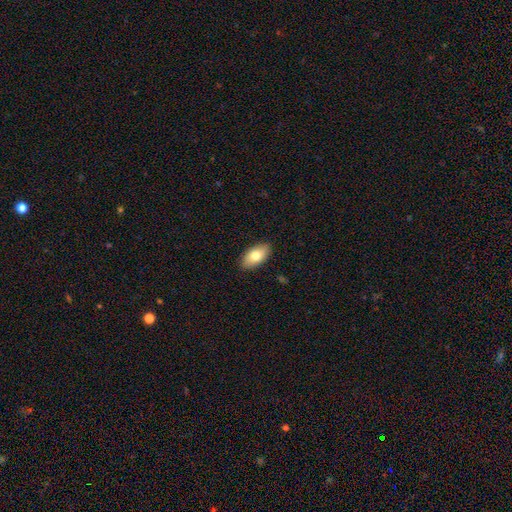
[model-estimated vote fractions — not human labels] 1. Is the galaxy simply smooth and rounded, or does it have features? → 76% smooth, 17% featured or disk, 6% star or artifact.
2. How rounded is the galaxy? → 92% in between, 4% cigar-shaped, 3% round.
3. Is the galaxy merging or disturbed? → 88% none, 9% minor disturbance, 2% major disturbance, 1% merger.